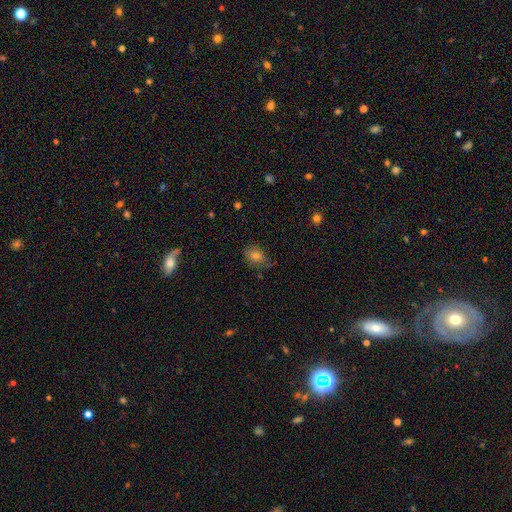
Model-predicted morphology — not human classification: smooth 69%, star or artifact 16%, featured or disk 15%. Down the decision tree: how rounded — in between (65%); merging — none (69%).